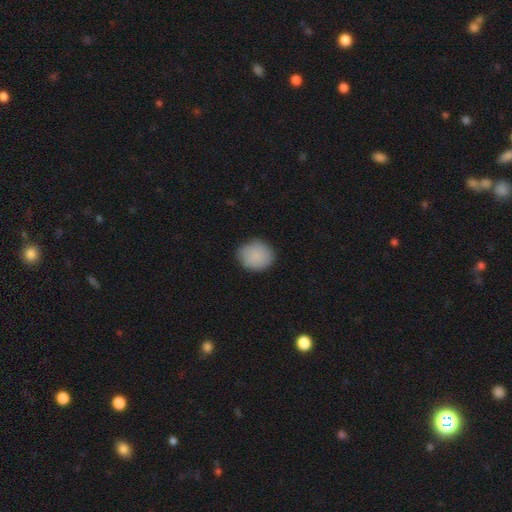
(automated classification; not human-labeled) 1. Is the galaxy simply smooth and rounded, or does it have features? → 87% smooth, 7% star or artifact, 6% featured or disk.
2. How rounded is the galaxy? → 76% round, 23% in between, 1% cigar-shaped.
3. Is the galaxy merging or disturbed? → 81% none, 15% minor disturbance, 3% major disturbance, 1% merger.